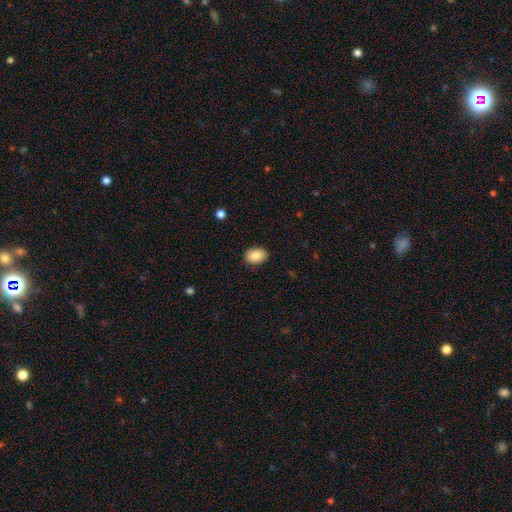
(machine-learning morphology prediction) A smooth galaxy with no disk features (87%) that is in between round and cigar-shaped (81%). Merging: none (88%).